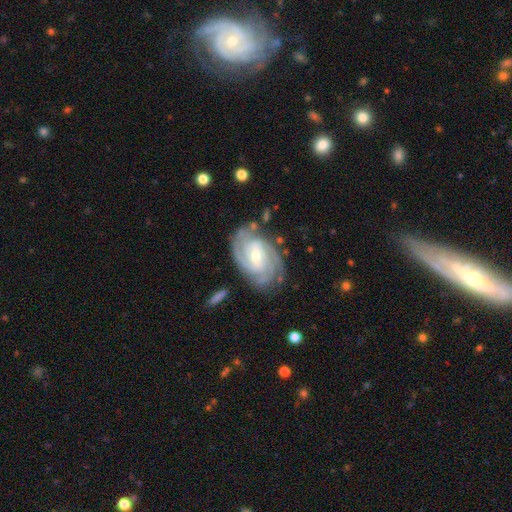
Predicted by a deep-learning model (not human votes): A featured or disk galaxy (89%) with a weak bar (45%), 3 (29%) tight (68%) spiral arms (98%) and a small central bulge (55%). Merging: none (76%).